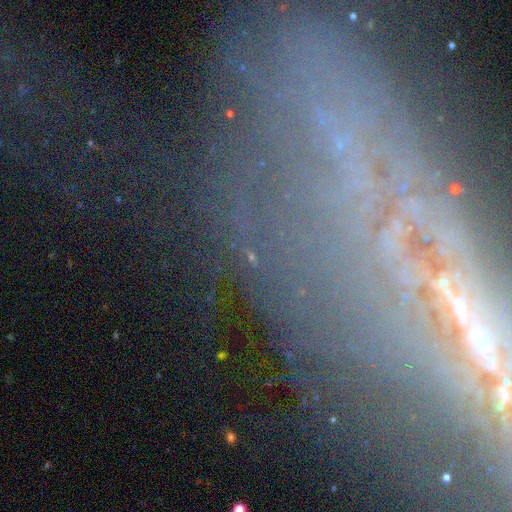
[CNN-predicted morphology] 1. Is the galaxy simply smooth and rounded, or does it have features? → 46% featured or disk, 36% star or artifact, 18% smooth.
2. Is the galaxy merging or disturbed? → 68% none, 15% minor disturbance, 12% major disturbance, 6% merger.